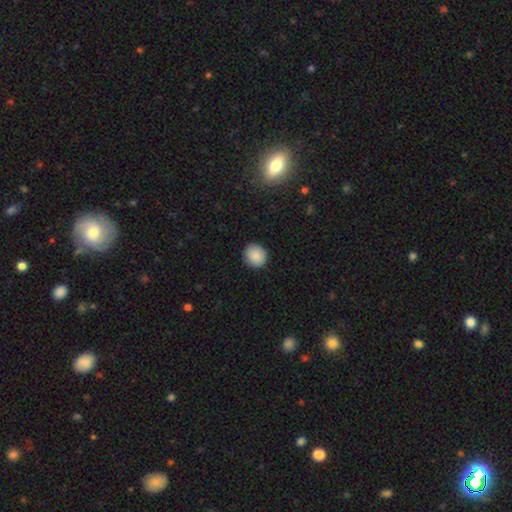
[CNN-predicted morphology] smooth-or-featured: smooth: 87% | star or artifact: 8% | featured or disk: 5%
  how-rounded: round: 86% | in between: 13% | cigar-shaped: 1%
  merging: none: 91% | minor disturbance: 6% | major disturbance: 2% | merger: 1%